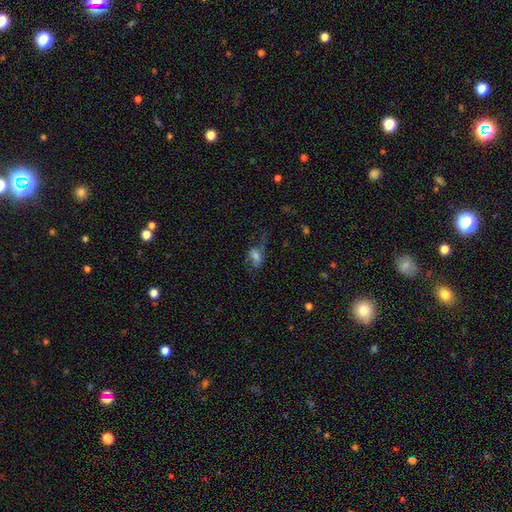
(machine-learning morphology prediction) This is possibly a smooth galaxy (54%). How rounded: clearly in between (80%). Merging: marginally none (37%).